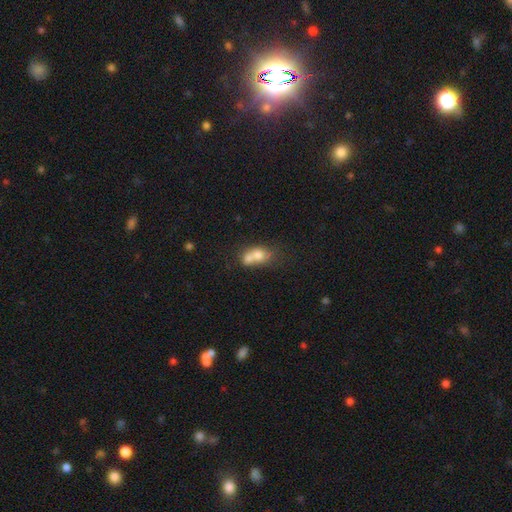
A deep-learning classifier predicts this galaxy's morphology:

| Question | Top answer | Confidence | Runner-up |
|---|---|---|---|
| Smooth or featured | smooth | 69% | featured or disk (21%) |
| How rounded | in between | 59% | round (38%) |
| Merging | merger | 66% | none (20%) |